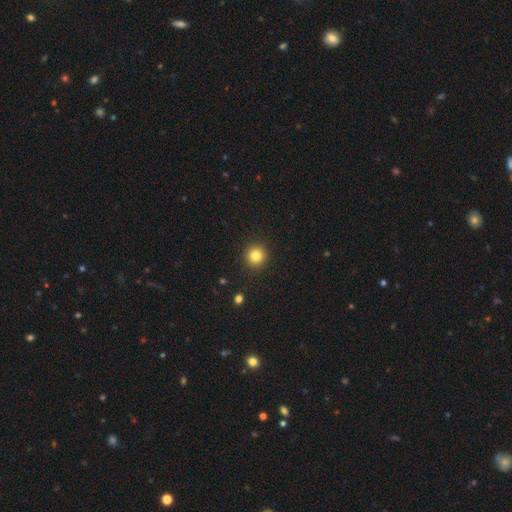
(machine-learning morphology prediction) smooth_or_featured: smooth (p=0.83) [alt: star or artifact p=0.11]
how_rounded: round (p=0.94) [alt: in between p=0.05]
merging: none (p=0.92) [alt: minor disturbance p=0.05]